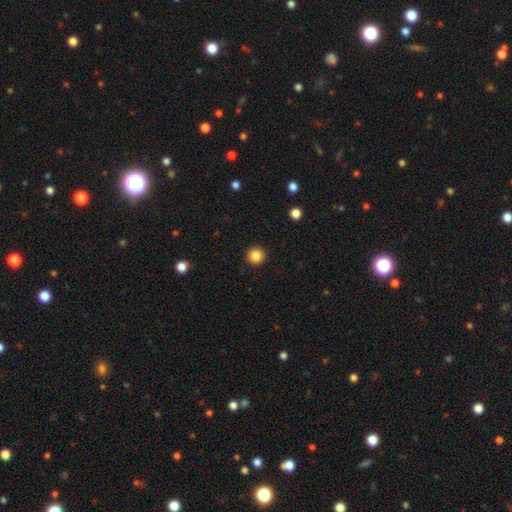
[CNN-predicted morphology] Overall: smooth (85%). How rounded: round (96%). Merging: none (93%).